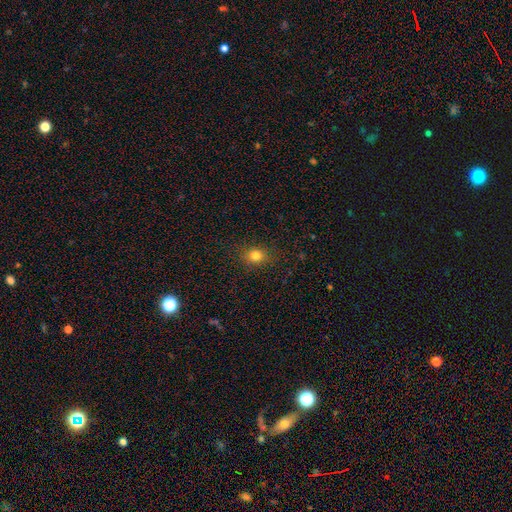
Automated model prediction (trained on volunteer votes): Q: Smooth or featured?
A: smooth (79%); runner-up: star or artifact (14%)
Q: How rounded?
A: round (66%); runner-up: in between (33%)
Q: Merging?
A: none (87%); runner-up: minor disturbance (9%)